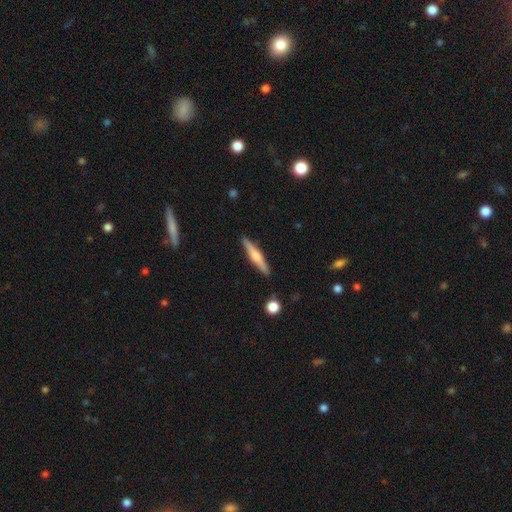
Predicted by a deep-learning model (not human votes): Smooth or featured? Predicted: featured or disk (p=0.54). Edge-on disk? Predicted: yes (p=0.97). Edge-on bulge? Predicted: rounded (p=0.74). Merging? Predicted: none (p=0.89).